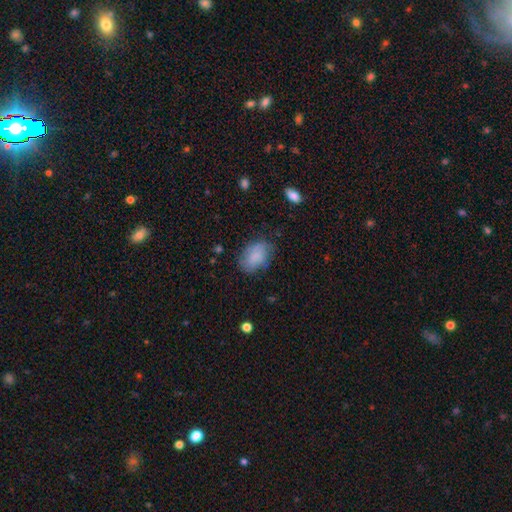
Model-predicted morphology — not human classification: This appears to be a smooth galaxy with no disk features (78%) that is in between round and cigar-shaped (83%). Merging: none (66%).